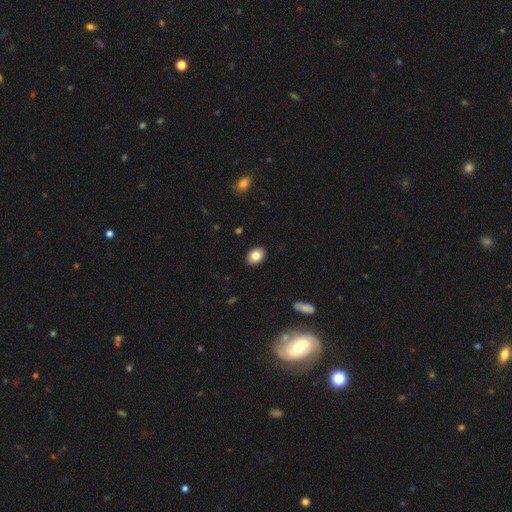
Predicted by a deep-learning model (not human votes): Morphology: type=smooth (83%); roundness=in between (76%); merging=none (90%).